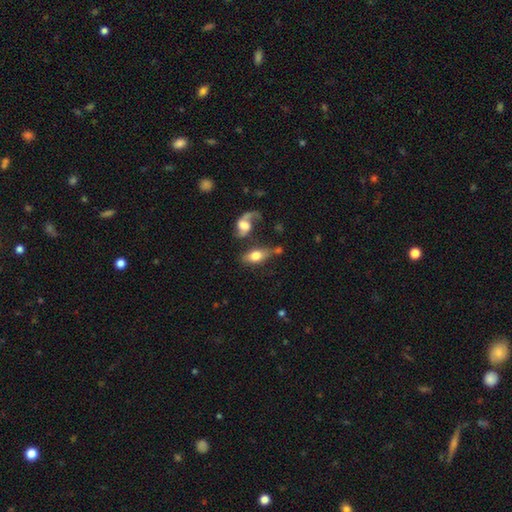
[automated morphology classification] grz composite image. It shows a smooth galaxy with no disk features (63%) that is in between round and cigar-shaped (84%). Merging: none (47%).